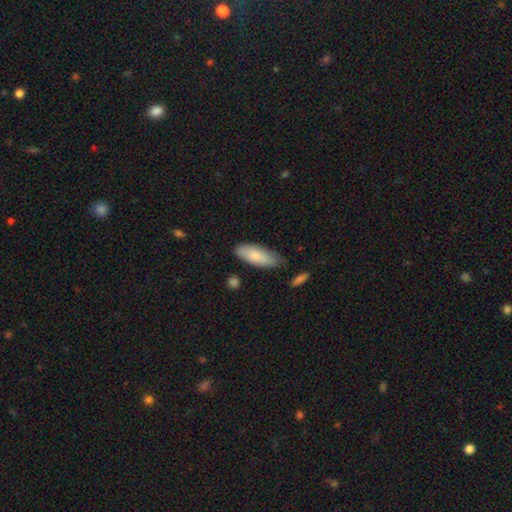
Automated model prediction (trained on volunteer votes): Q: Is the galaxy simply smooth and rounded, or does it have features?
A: smooth — 82%.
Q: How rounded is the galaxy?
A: in between — 71%.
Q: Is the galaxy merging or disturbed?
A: none — 73%.